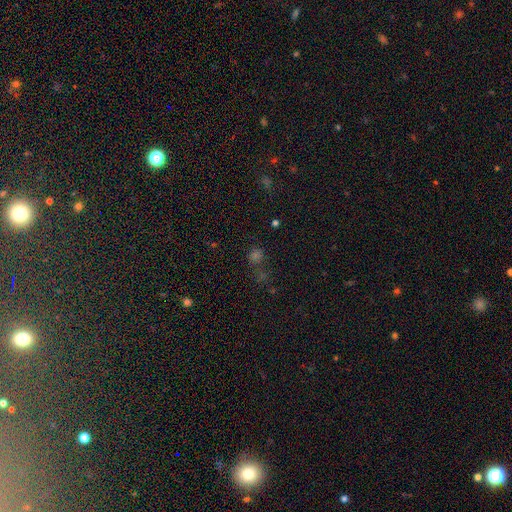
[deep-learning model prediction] Smooth or featured?
  - smooth: 47% *
  - star or artifact: 44%
  - featured or disk: 9%
Merging?
  - none: 58% *
  - merger: 22%
  - minor disturbance: 12%
  - major disturbance: 8%